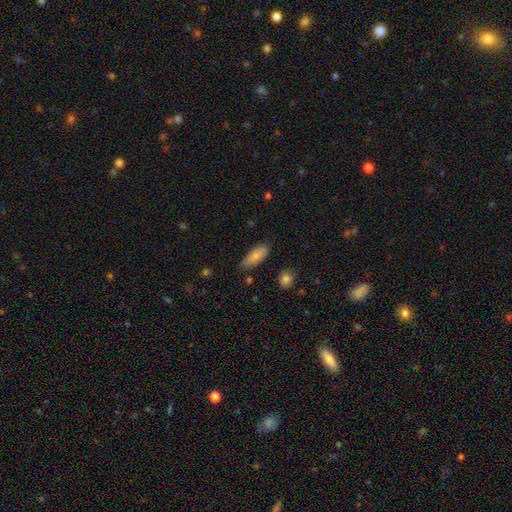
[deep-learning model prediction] Overall: smooth (83%). How rounded: in between (77%). Merging: none (76%).